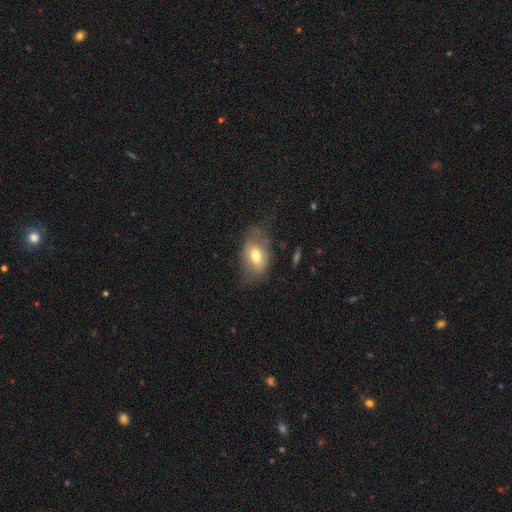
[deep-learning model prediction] Smooth or featured: smooth — 64% (featured or disk — 28%)
How rounded: in between — 84% (round — 14%)
Merging: none — 53% (minor disturbance — 29%)